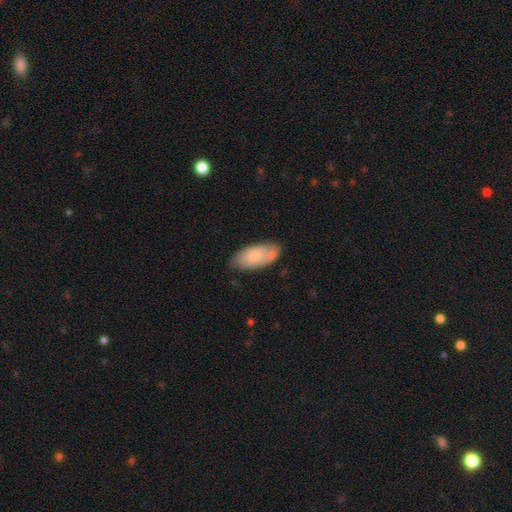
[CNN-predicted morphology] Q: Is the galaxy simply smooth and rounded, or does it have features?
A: smooth — 72%.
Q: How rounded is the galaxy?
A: in between — 91%.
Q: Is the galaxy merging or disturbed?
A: none — 71%.